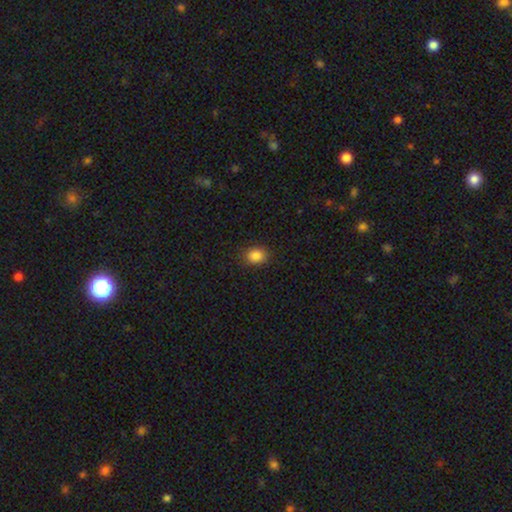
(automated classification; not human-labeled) A smooth galaxy with no disk features (86%) that is round (51%).

Vote fractions:
- Smooth or featured? smooth: 86% / star or artifact: 11% / featured or disk: 4%
- How rounded? round: 51% / in between: 48% / cigar-shaped: 1%
- Merging? none: 88% / minor disturbance: 9% / major disturbance: 2% / merger: 1%